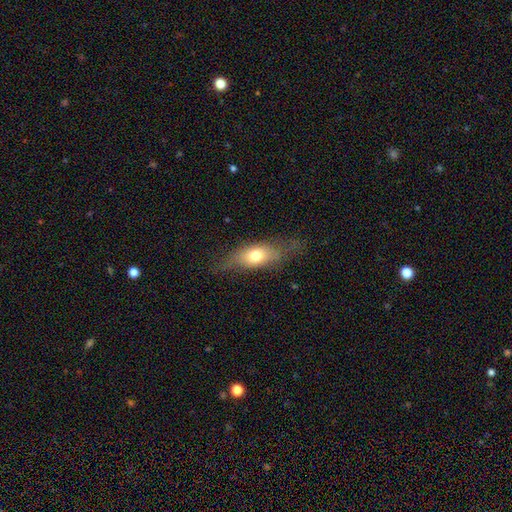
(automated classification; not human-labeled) The model was most divided on "smooth or featured": smooth: 63%, featured or disk: 29%, star or artifact: 8%. More confident: how rounded — in between (72%); merging — none (61%).